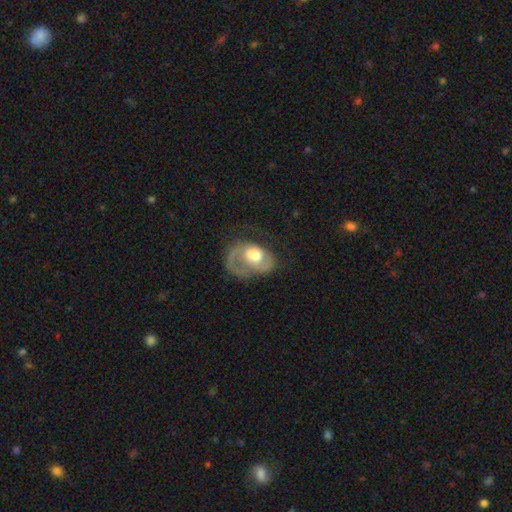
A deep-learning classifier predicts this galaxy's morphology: This is likely a featured or disk galaxy (66%). It is clearly not viewed edge-on (97%). Bar: likely no (66%). Spiral arm pattern: likely yes (77%). Central bulge: possibly moderate (48%). Merging: marginally major disturbance (44%).